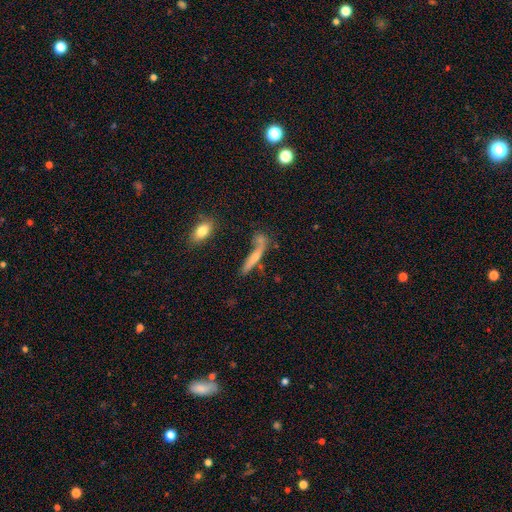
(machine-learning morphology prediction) smooth_or_featured: featured or disk (p=0.49) [alt: smooth p=0.39]
merging: none (p=0.47) [alt: minor disturbance p=0.20]